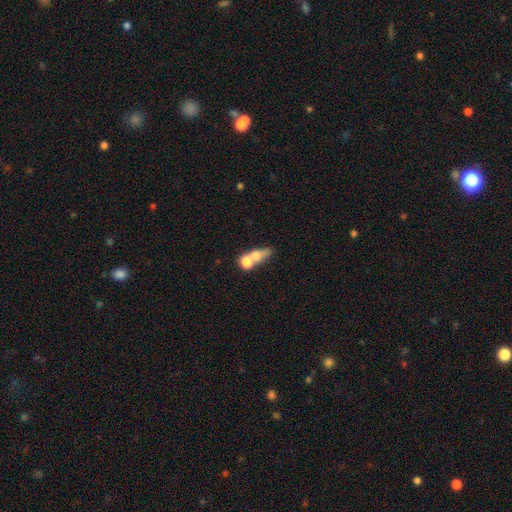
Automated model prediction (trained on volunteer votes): smooth-or-featured: smooth: 65% | featured or disk: 24% | star or artifact: 11%
  how-rounded: in between: 46% | round: 44% | cigar-shaped: 10%
  merging: merger: 63% | none: 22% | minor disturbance: 8% | major disturbance: 8%